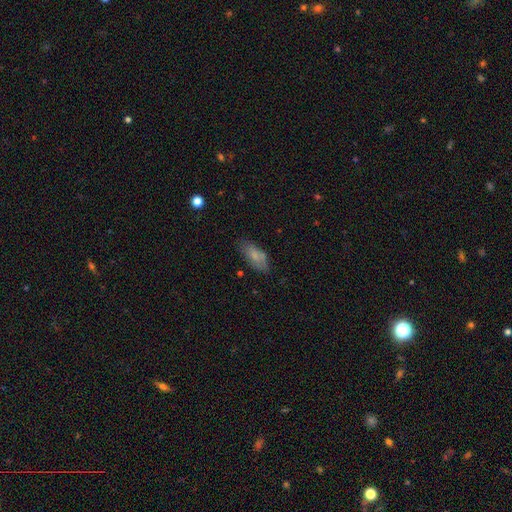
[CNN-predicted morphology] smooth 74%, featured or disk 18%, star or artifact 8%. Down the decision tree: how rounded — in between (82%); merging — none (68%).